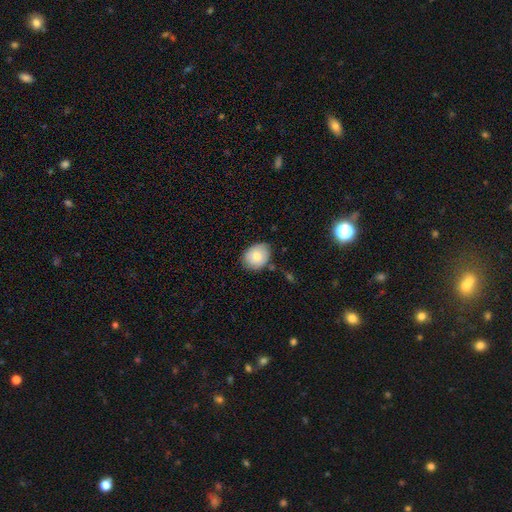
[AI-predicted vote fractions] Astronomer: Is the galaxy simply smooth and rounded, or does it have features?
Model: smooth — 77%.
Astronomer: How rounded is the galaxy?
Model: in between — 52% (runner-up: round, 47%).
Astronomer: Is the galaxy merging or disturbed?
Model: none — 75%.